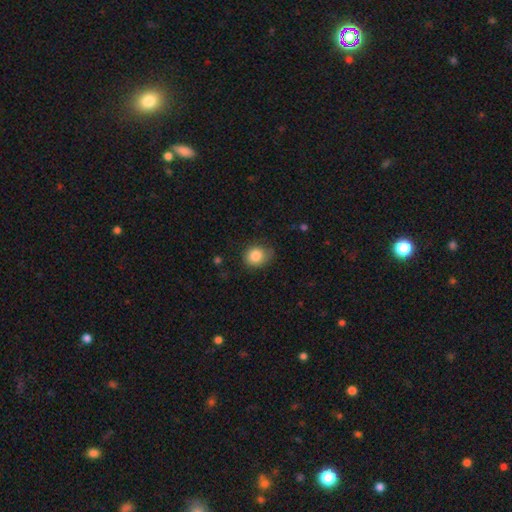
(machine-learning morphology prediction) This is clearly a smooth galaxy (84%). How rounded: likely round (71%). Merging: likely none (69%).